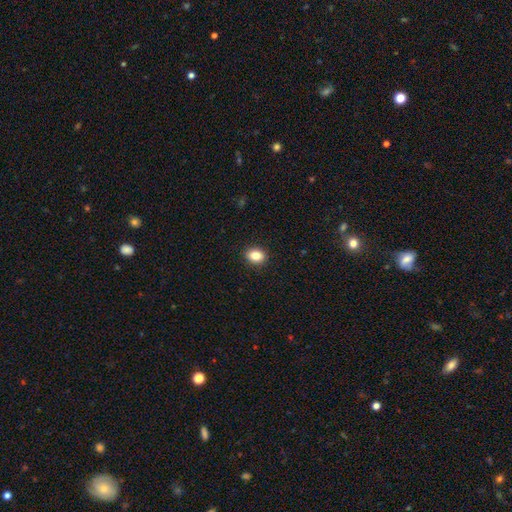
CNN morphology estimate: smooth-or-featured: smooth: 86% | star or artifact: 9% | featured or disk: 5%
  how-rounded: in between: 55% | round: 44% | cigar-shaped: 1%
  merging: none: 91% | minor disturbance: 6% | major disturbance: 2% | merger: 1%